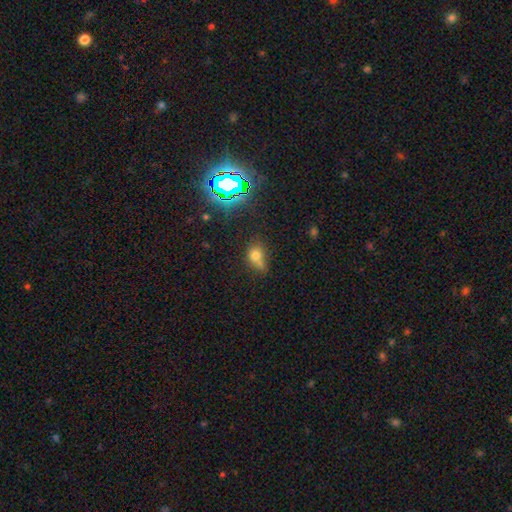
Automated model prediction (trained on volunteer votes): smooth 66%, star or artifact 21%, featured or disk 13%. Down the decision tree: how rounded — round (53%); merging — none (38%).